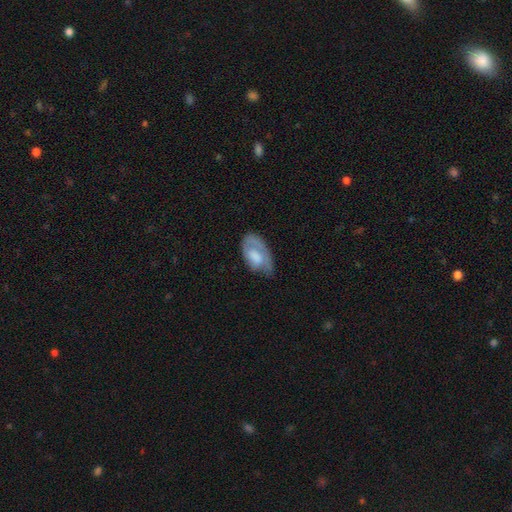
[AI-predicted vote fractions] A smooth galaxy with no disk features (54%) that is in between round and cigar-shaped (93%). Merging: none (43%).